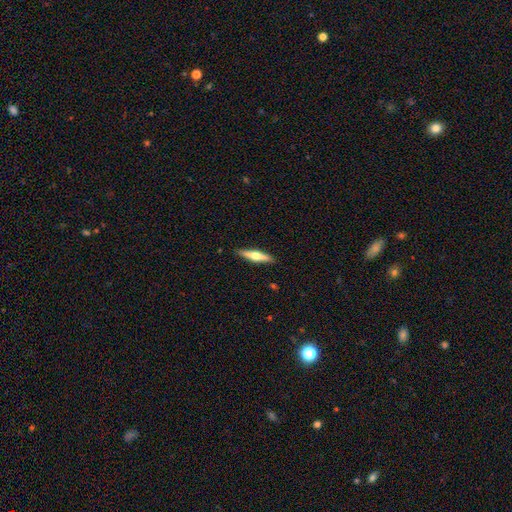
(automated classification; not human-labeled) This is likely a featured or disk galaxy (61%). It is clearly viewed edge-on (96%). Edge-on bulge: clearly rounded (93%). Merging: clearly none (90%).